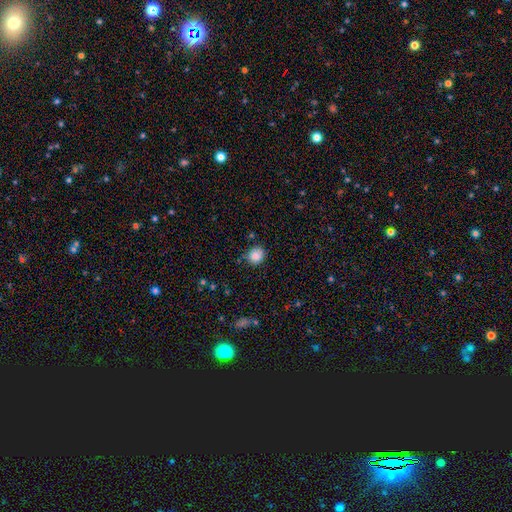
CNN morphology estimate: smooth-or-featured: smooth: 86% | star or artifact: 10% | featured or disk: 4%
  how-rounded: round: 83% | in between: 16% | cigar-shaped: 1%
  merging: none: 80% | minor disturbance: 14% | major disturbance: 3% | merger: 3%